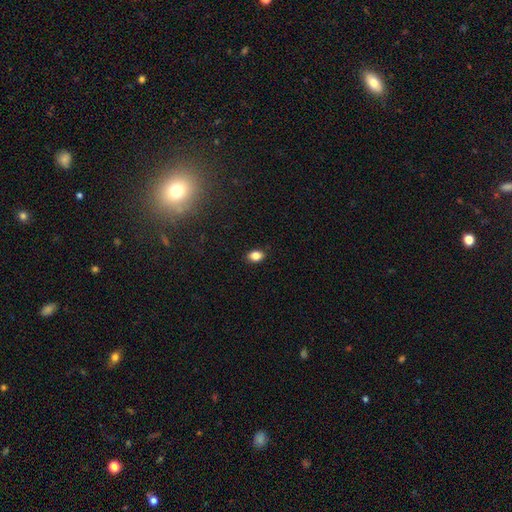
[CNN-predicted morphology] A smooth galaxy with no disk features (84%) that is in between round and cigar-shaped (76%). Merging: none (88%).